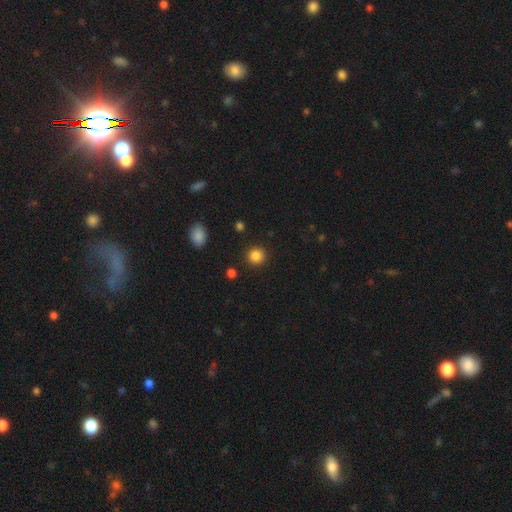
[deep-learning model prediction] Smooth or featured? Predicted: smooth (p=0.86). How rounded? Predicted: round (p=0.90). Merging? Predicted: none (p=0.90).